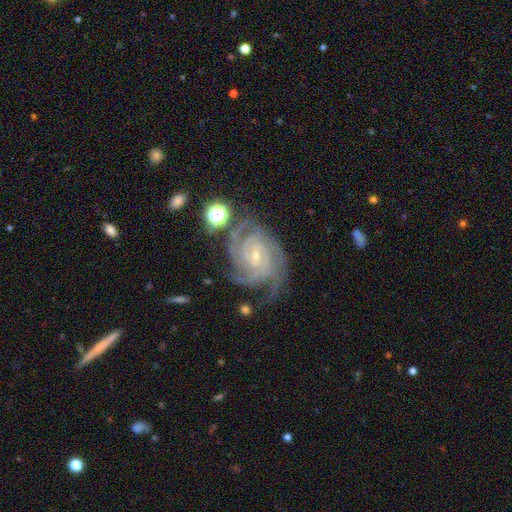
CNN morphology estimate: type=featured or disk (90%); edge-on=no (98%); bar=no (49%); spiral arms=yes (98%); winding=tight (73%); arm count=4 (30%); bulge=small (76%); merging=none (67%).